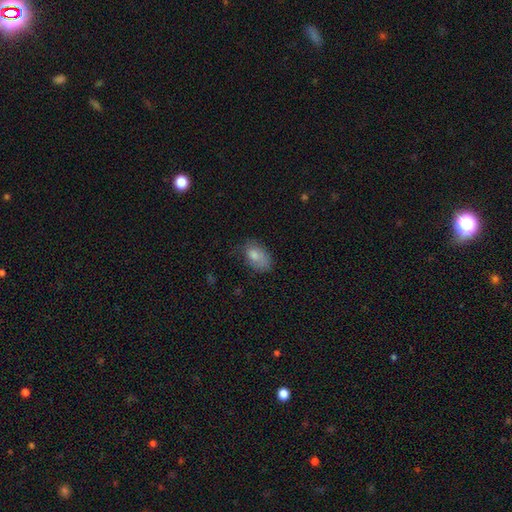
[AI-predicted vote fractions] smooth-or-featured: smooth: 80% | featured or disk: 12% | star or artifact: 8%
  how-rounded: in between: 89% | round: 9% | cigar-shaped: 1%
  merging: none: 55% | minor disturbance: 30% | major disturbance: 12% | merger: 2%